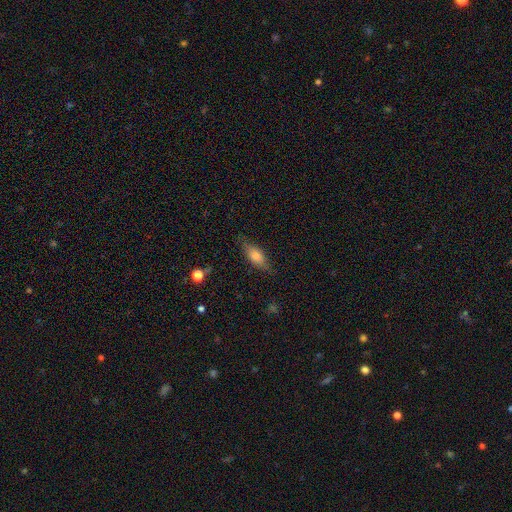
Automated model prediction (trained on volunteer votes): smooth_or_featured: smooth (p=0.63) [alt: featured or disk p=0.29]
how_rounded: in between (p=0.69) [alt: cigar-shaped p=0.26]
merging: none (p=0.78) [alt: minor disturbance p=0.17]